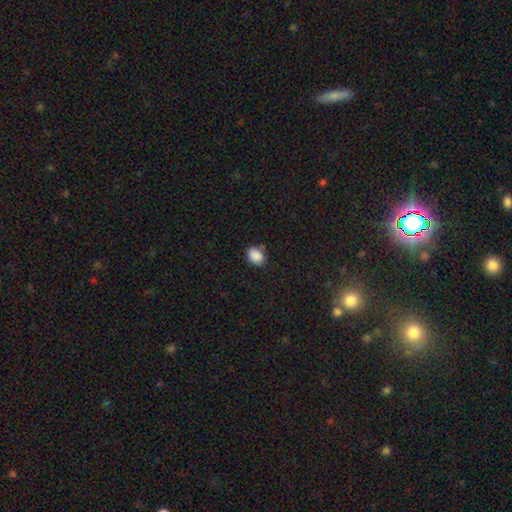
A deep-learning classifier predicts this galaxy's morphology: Smooth or featured? smooth (88%)
How rounded? in between (70%)
Merging? none (75%)